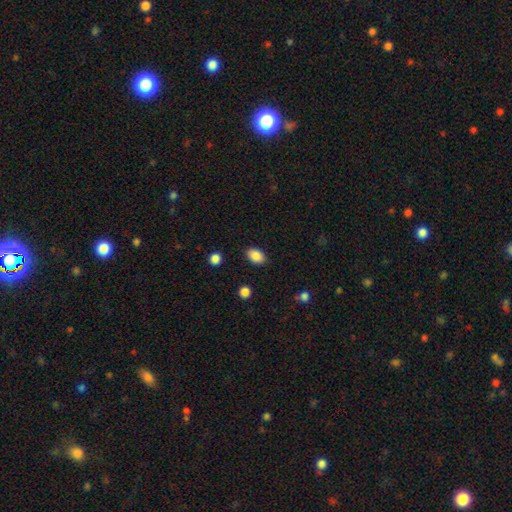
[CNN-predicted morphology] smooth_or_featured: smooth (p=0.88) [alt: star or artifact p=0.08]
how_rounded: in between (p=0.83) [alt: round p=0.16]
merging: none (p=0.86) [alt: minor disturbance p=0.10]